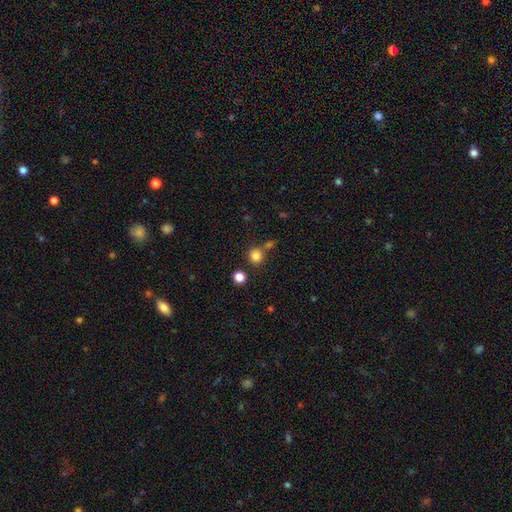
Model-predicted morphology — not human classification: Smooth or featured? smooth (82%)
How rounded? round (88%)
Merging? none (71%)